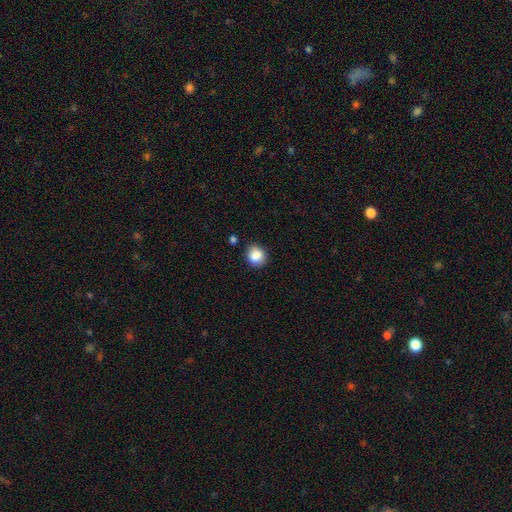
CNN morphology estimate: type=smooth (86%); roundness=round (74%); merging=none (81%).